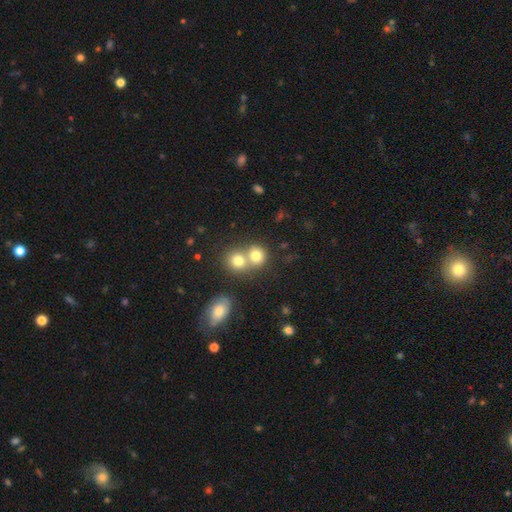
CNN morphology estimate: smooth 76%, star or artifact 12%, featured or disk 12%. Down the decision tree: how rounded — round (76%); merging — merger (53%).